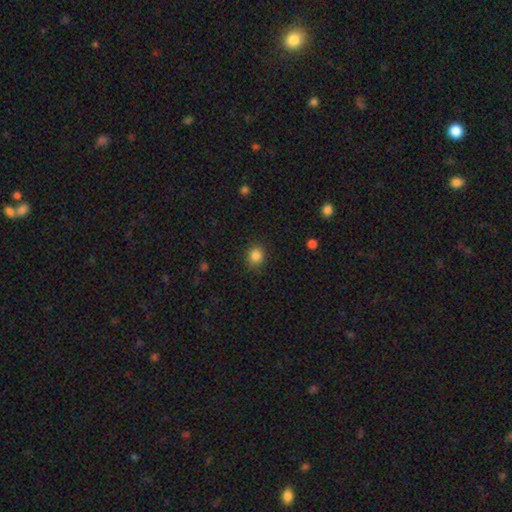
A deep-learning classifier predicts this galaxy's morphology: The model was most divided on "how rounded": round: 80%, in between: 19%, cigar-shaped: 1%. More confident: merging — none (88%); smooth or featured — smooth (85%).